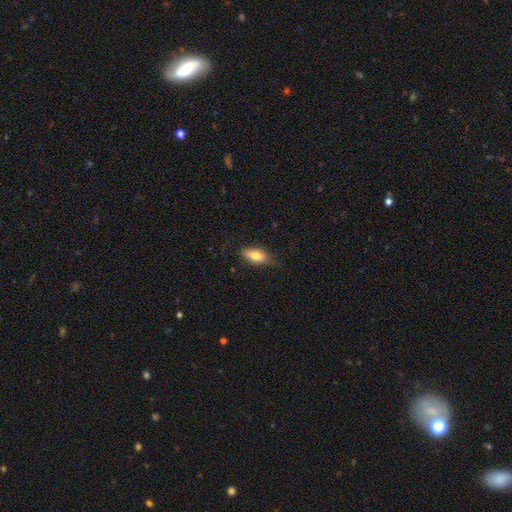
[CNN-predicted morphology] Smooth or featured?
  - smooth: 77% *
  - featured or disk: 16%
  - star or artifact: 7%
How rounded?
  - in between: 85% *
  - cigar-shaped: 11%
  - round: 4%
Merging?
  - none: 71% *
  - minor disturbance: 23%
  - major disturbance: 5%
  - merger: 1%